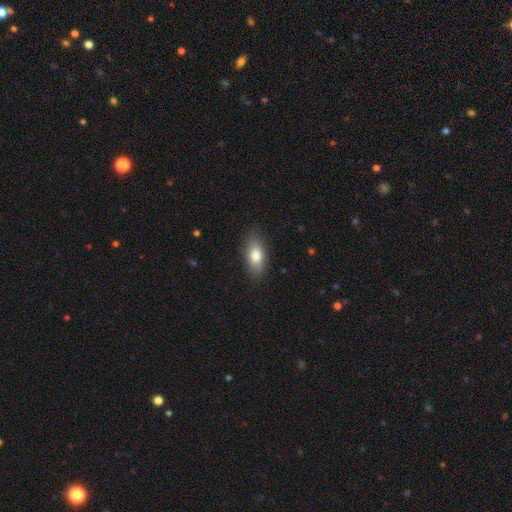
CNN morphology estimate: Smooth or featured?
  - smooth: 79% *
  - featured or disk: 14%
  - star or artifact: 7%
How rounded?
  - in between: 84% *
  - cigar-shaped: 12%
  - round: 5%
Merging?
  - none: 85% *
  - minor disturbance: 11%
  - major disturbance: 3%
  - merger: 1%